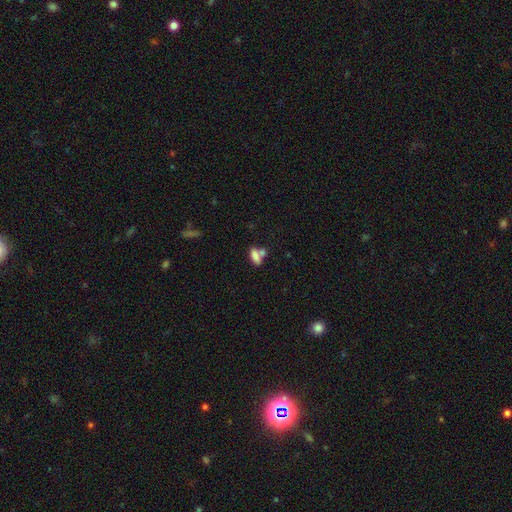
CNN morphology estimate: Smooth or featured? smooth (76%)
How rounded? in between (78%)
Merging? merger (44%)